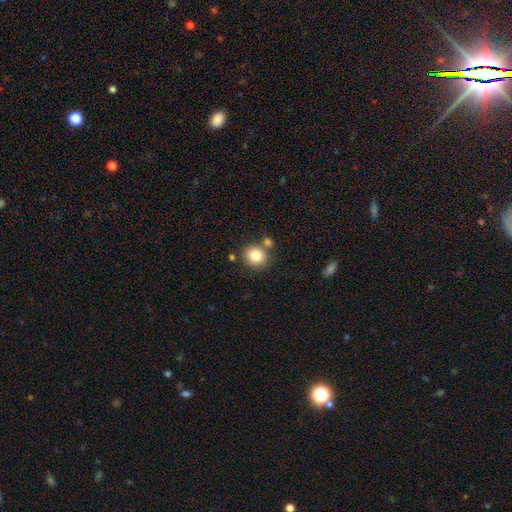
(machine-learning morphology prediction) smooth-or-featured: smooth: 82% | star or artifact: 10% | featured or disk: 8%
  how-rounded: round: 83% | in between: 16% | cigar-shaped: 1%
  merging: none: 72% | merger: 15% | minor disturbance: 10% | major disturbance: 3%